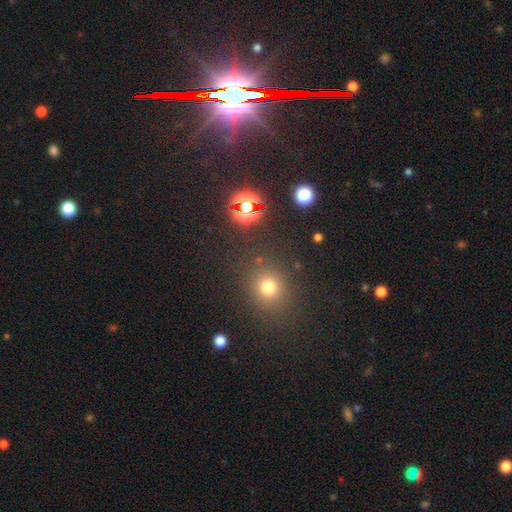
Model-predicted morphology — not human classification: smooth_or_featured: star or artifact (p=0.46) [alt: smooth p=0.44]